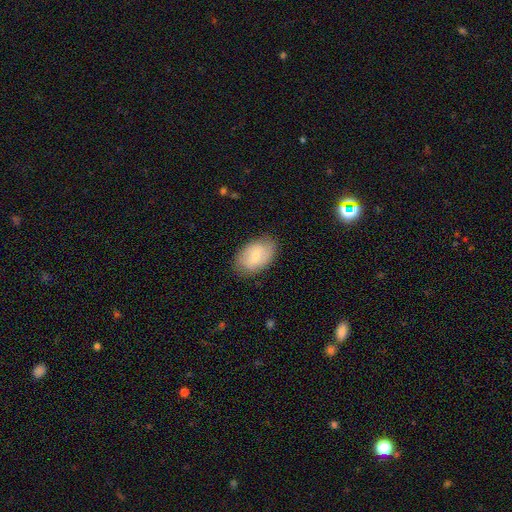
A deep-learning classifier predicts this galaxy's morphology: Smooth or featured?
  - smooth: 59% *
  - featured or disk: 34%
  - star or artifact: 6%
How rounded?
  - in between: 89% *
  - round: 9%
  - cigar-shaped: 1%
Merging?
  - none: 79% *
  - minor disturbance: 16%
  - major disturbance: 4%
  - merger: 1%